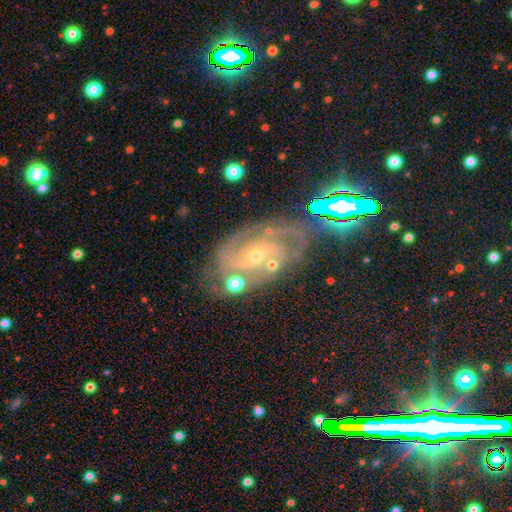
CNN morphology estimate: This is clearly a featured or disk galaxy (85%). It is clearly not viewed edge-on (97%). Bar: possibly no (48%). Spiral arm pattern: clearly yes (98%). Spiral arm count: marginally 2 (45%). Spiral winding: possibly tight (54%). Central bulge: likely small (73%). Merging: likely none (64%).